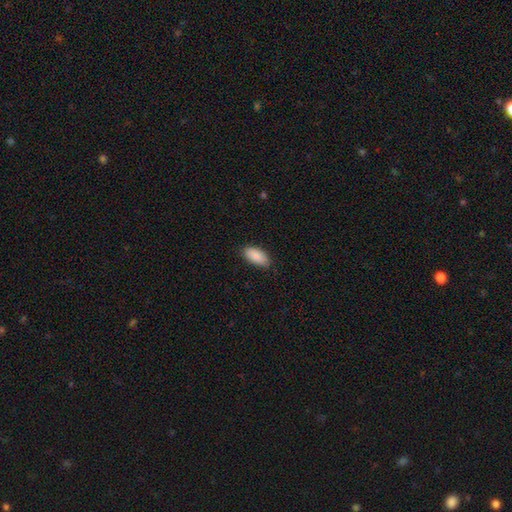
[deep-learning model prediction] smooth_or_featured: smooth (p=0.89) [alt: star or artifact p=0.06]
how_rounded: in between (p=0.93) [alt: cigar-shaped p=0.05]
merging: none (p=0.84) [alt: minor disturbance p=0.13]